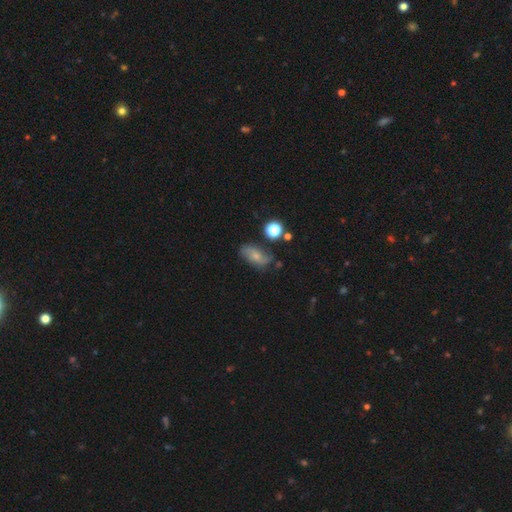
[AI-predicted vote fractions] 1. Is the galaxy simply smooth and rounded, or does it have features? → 44% featured or disk (tied), 44% smooth (tied), 12% star or artifact.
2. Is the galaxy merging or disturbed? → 62% none, 24% minor disturbance, 9% major disturbance, 5% merger.